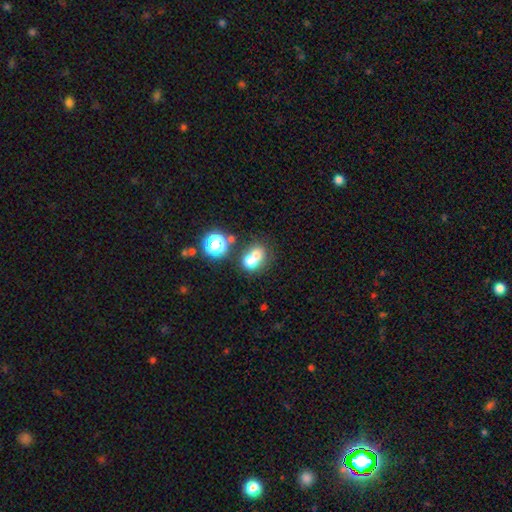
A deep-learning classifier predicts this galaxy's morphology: Smooth or featured? Predicted: smooth (p=0.65). How rounded? Predicted: round (p=0.67). Merging? Predicted: merger (p=0.57).